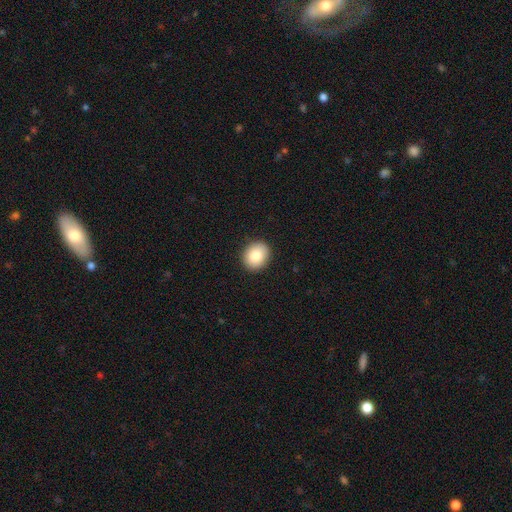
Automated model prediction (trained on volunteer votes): A smooth galaxy with no disk features (83%) that is round (65%). Merging: none (91%).